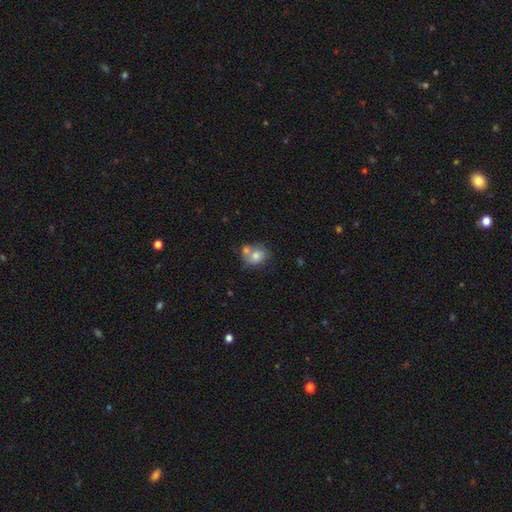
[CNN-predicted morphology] Smooth or featured: smooth — 74% (featured or disk — 18%)
How rounded: in between — 50% (round — 49%)
Merging: merger — 45% (none — 36%)